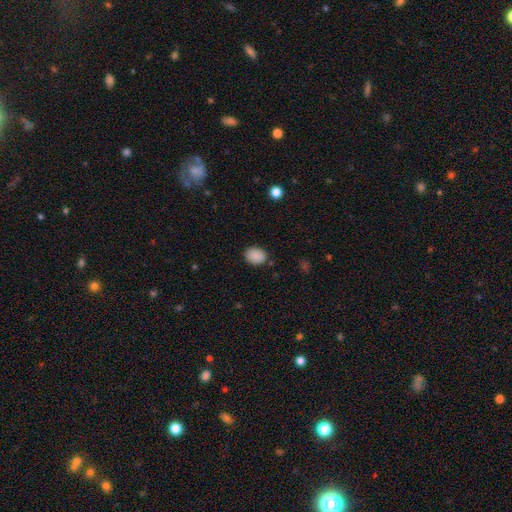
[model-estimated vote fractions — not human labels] This appears to be a smooth galaxy with no disk features (89%) that is in between round and cigar-shaped (56%). Merging: none (84%).